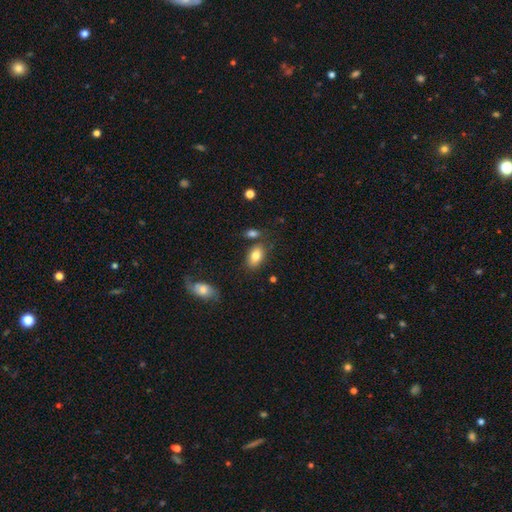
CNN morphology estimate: Overall: smooth (82%). How rounded: in between (91%). Merging: none (75%).